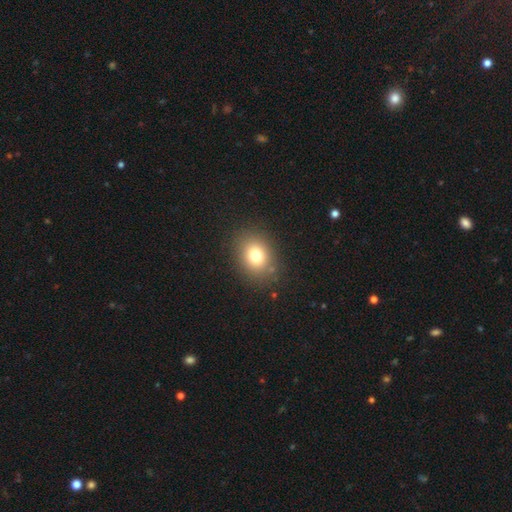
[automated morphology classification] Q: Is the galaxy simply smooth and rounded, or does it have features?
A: smooth — 76%.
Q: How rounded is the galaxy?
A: in between — 50%, tied with round.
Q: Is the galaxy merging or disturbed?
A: none — 85%.